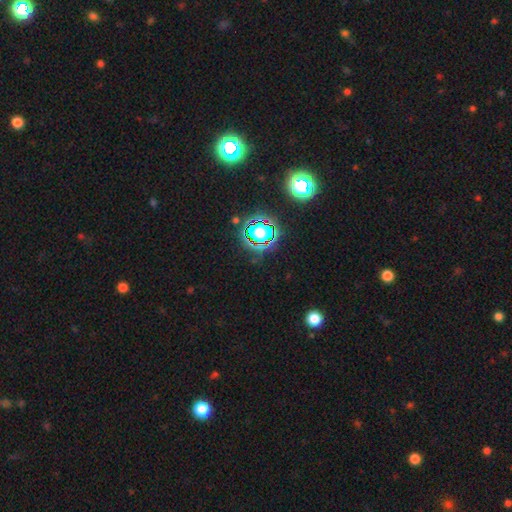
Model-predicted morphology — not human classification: Overall: star or artifact (79%).